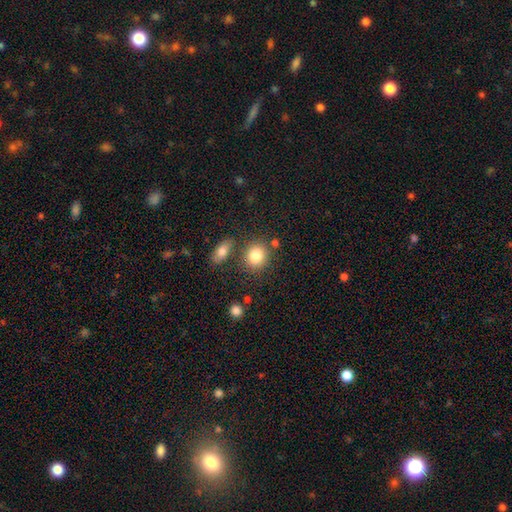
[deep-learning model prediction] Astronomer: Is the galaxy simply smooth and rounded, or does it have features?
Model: smooth — 83%.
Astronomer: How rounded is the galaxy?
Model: round — 70%.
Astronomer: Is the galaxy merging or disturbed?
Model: none — 74%.